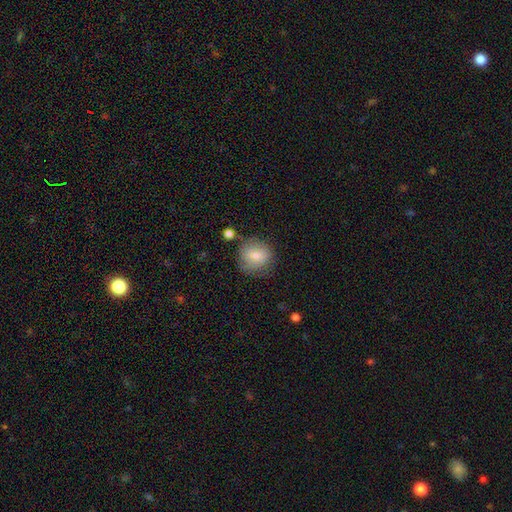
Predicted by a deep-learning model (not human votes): Overall: smooth (76%). How rounded: round (84%). Merging: none (70%).